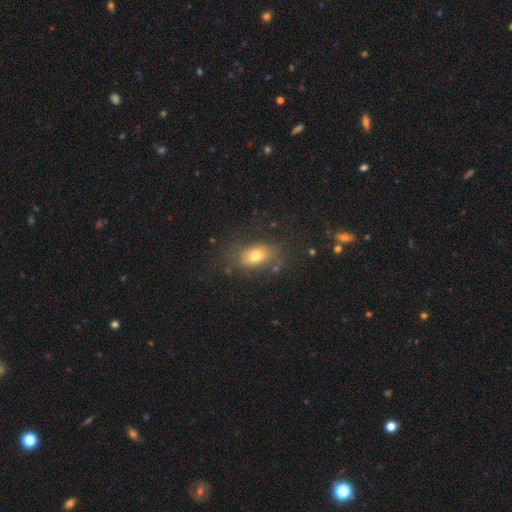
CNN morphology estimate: A smooth galaxy with no disk features (71%) that is in between round and cigar-shaped (84%). Merging: none (68%).